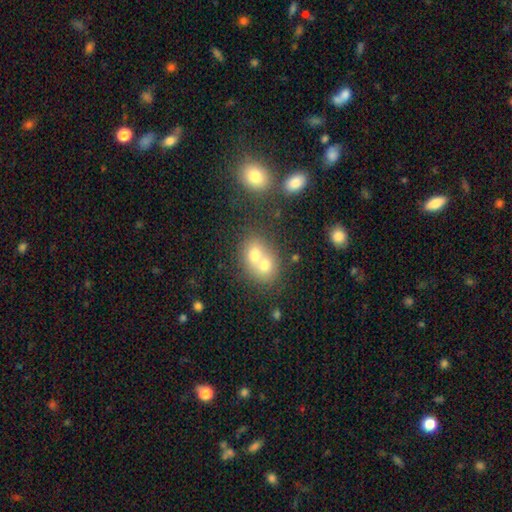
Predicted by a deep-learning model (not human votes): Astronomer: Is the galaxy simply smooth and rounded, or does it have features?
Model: smooth — 68%.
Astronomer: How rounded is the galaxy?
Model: round — 57% (runner-up: in between, 42%).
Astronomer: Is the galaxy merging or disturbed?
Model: merger — 66%.